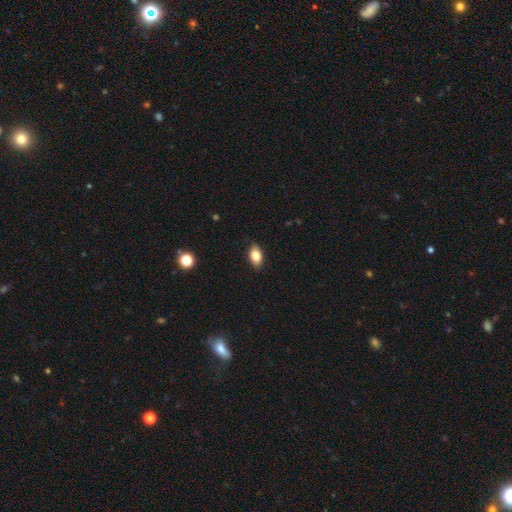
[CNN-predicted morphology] Overall: smooth (80%). How rounded: in between (88%). Merging: none (86%).